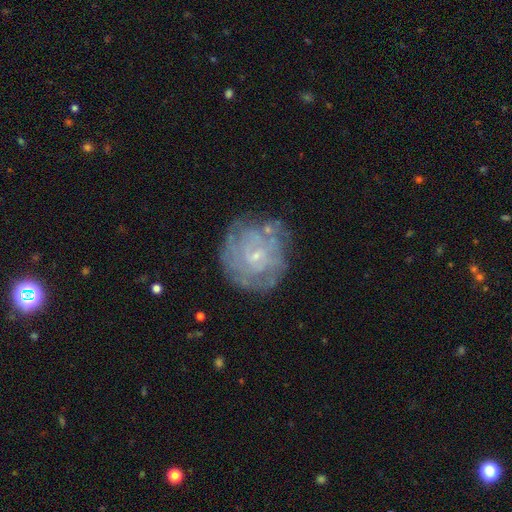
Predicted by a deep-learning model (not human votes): The model was most divided on "spiral arms": yes: 70%, no: 30%. More confident: edge-on disk — no (97%); bulge size — small (79%); merging — none (72%); smooth or featured — featured or disk (68%); bar — no (67%).